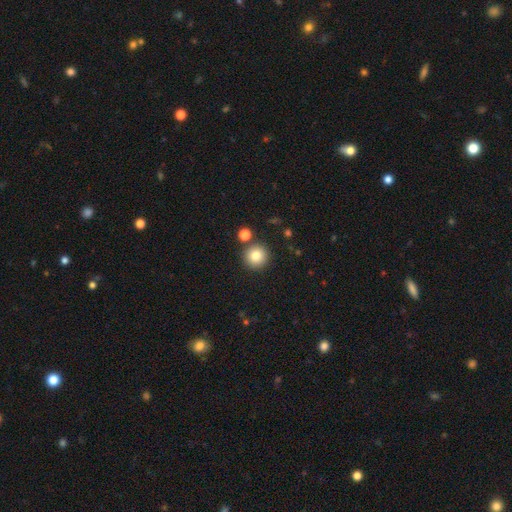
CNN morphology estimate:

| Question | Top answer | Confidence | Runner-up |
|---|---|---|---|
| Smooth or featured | smooth | 81% | star or artifact (11%) |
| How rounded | round | 95% | in between (4%) |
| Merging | none | 84% | merger (7%) |